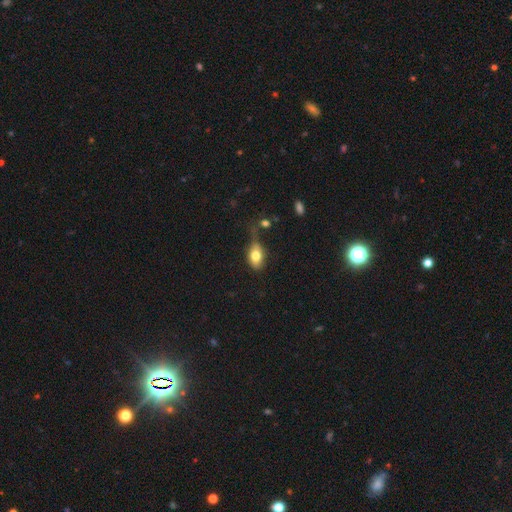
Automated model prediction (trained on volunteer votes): A smooth galaxy with no disk features (77%) that is in between round and cigar-shaped (82%).

Vote fractions:
- Smooth or featured? smooth: 77% / featured or disk: 15% / star or artifact: 8%
- How rounded? in between: 82% / round: 15% / cigar-shaped: 3%
- Merging? none: 38% / minor disturbance: 31% / major disturbance: 21% / merger: 10%